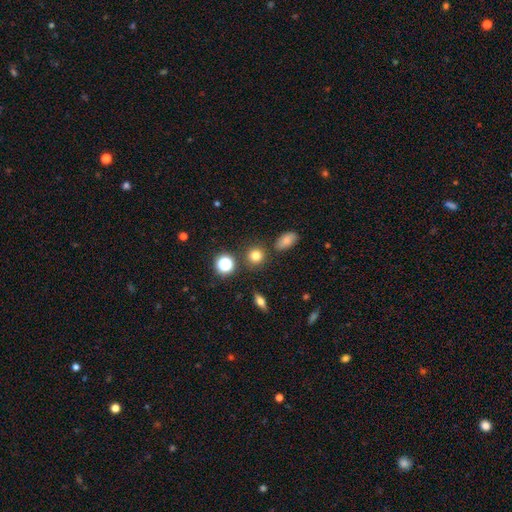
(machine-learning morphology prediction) Smooth or featured?
  - smooth: 76% *
  - star or artifact: 17%
  - featured or disk: 7%
How rounded?
  - round: 88% *
  - in between: 10%
  - cigar-shaped: 1%
Merging?
  - none: 84% *
  - minor disturbance: 8%
  - merger: 5%
  - major disturbance: 3%